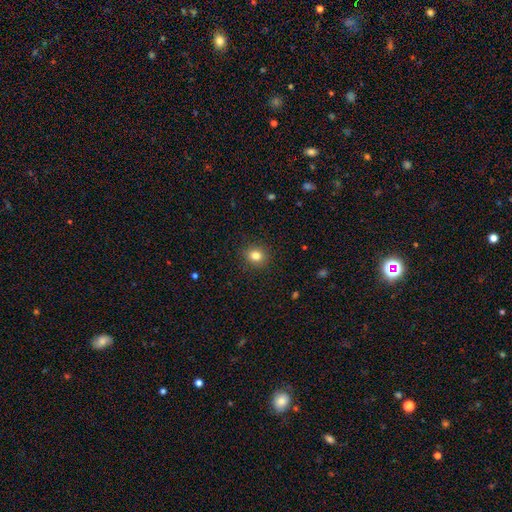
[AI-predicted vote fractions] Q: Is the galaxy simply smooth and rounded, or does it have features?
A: smooth — 82%.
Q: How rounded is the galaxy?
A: round — 76%.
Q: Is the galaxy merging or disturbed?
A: none — 90%.